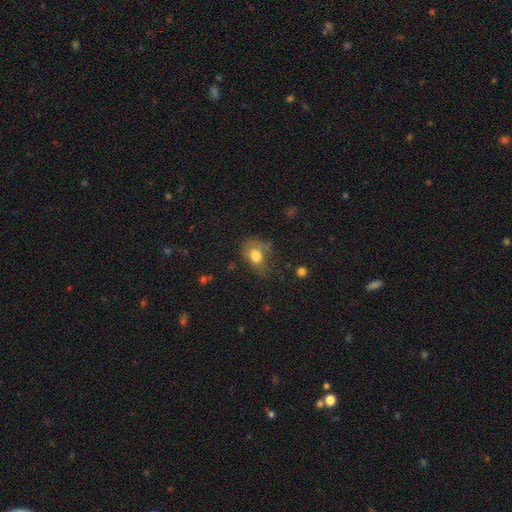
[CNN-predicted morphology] The model was most divided on "merging": none: 42%, minor disturbance: 32%, major disturbance: 22%, merger: 4%. More confident: smooth or featured — smooth (75%); how rounded — in between (69%).